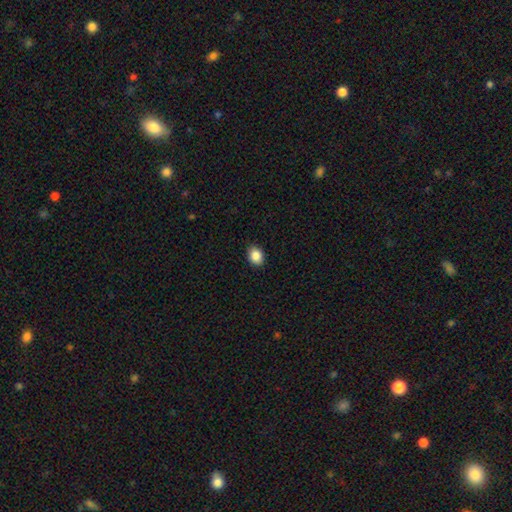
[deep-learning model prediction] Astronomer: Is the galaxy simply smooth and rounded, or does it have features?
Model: smooth — 87%.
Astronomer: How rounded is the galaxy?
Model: in between — 62%.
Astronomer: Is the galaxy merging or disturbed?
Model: none — 88%.